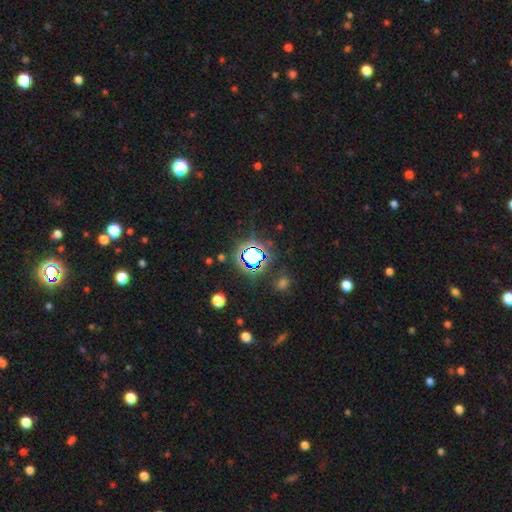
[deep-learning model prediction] Morphology: type=star or artifact (69%).